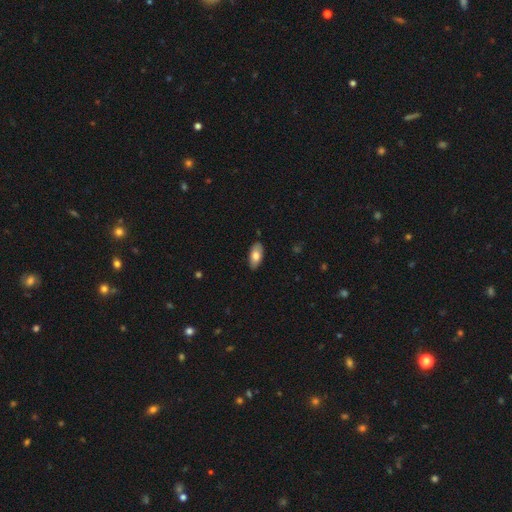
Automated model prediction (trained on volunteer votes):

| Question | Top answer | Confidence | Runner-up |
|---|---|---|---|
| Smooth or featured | smooth | 76% | featured or disk (18%) |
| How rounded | in between | 91% | cigar-shaped (6%) |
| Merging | none | 87% | minor disturbance (10%) |